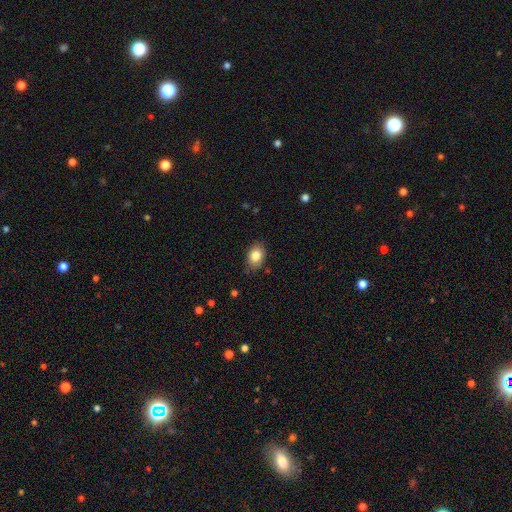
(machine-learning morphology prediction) A smooth galaxy with no disk features (83%) that is in between round and cigar-shaped (77%).

Vote fractions:
- Smooth or featured? smooth: 83% / featured or disk: 9% / star or artifact: 8%
- How rounded? in between: 77% / round: 22% / cigar-shaped: 1%
- Merging? none: 81% / minor disturbance: 15% / major disturbance: 3% / merger: 1%